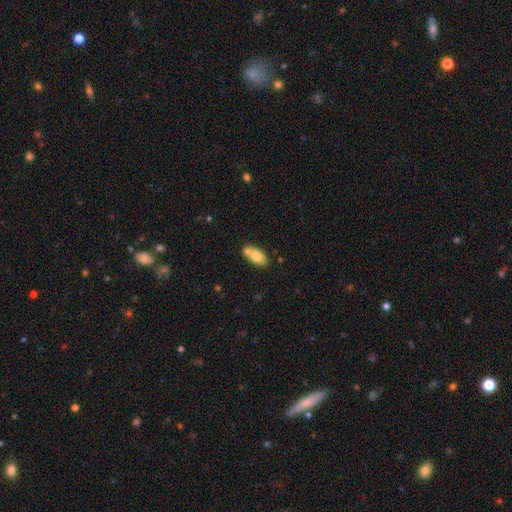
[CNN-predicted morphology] smooth 73%, featured or disk 20%, star or artifact 7%. Down the decision tree: how rounded — in between (86%); merging — none (47%).